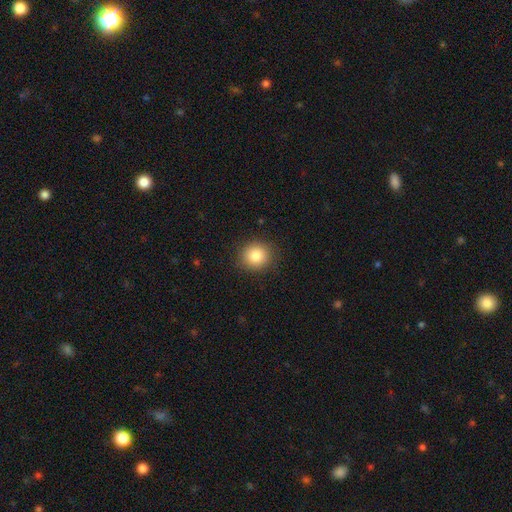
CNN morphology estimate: A smooth galaxy with no disk features (84%) that is round (86%). Merging: none (89%).